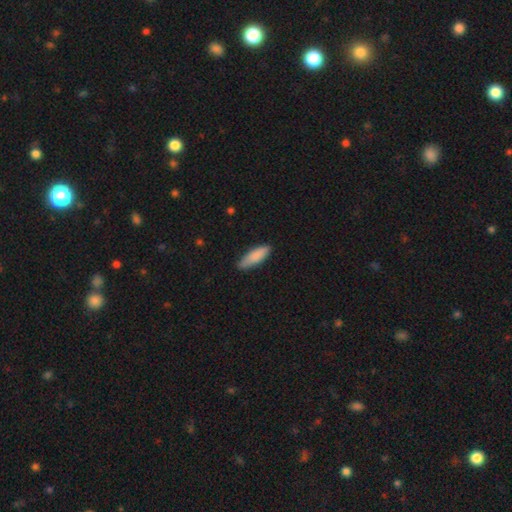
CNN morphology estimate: Smooth or featured?
  - smooth: 87% *
  - featured or disk: 7%
  - star or artifact: 6%
How rounded?
  - in between: 51% *
  - cigar-shaped: 47%
  - round: 2%
Merging?
  - none: 80% *
  - minor disturbance: 17%
  - major disturbance: 2%
  - merger: 1%